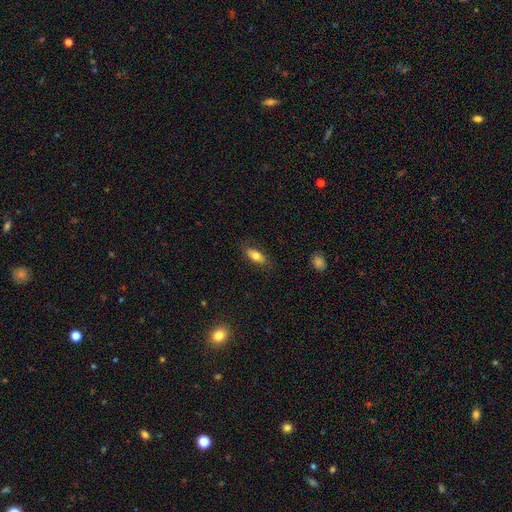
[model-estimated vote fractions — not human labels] smooth-or-featured: smooth: 74% | featured or disk: 19% | star or artifact: 7%
  how-rounded: in between: 75% | cigar-shaped: 22% | round: 3%
  merging: none: 82% | minor disturbance: 13% | major disturbance: 3% | merger: 1%